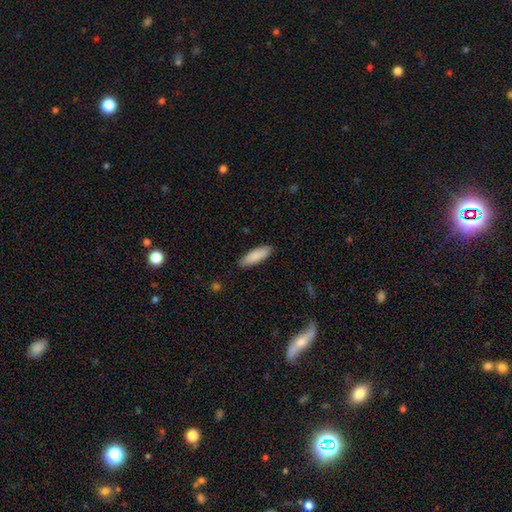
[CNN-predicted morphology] Smooth or featured? Predicted: smooth (p=0.88). How rounded? Predicted: in between (p=0.54). Merging? Predicted: none (p=0.87).